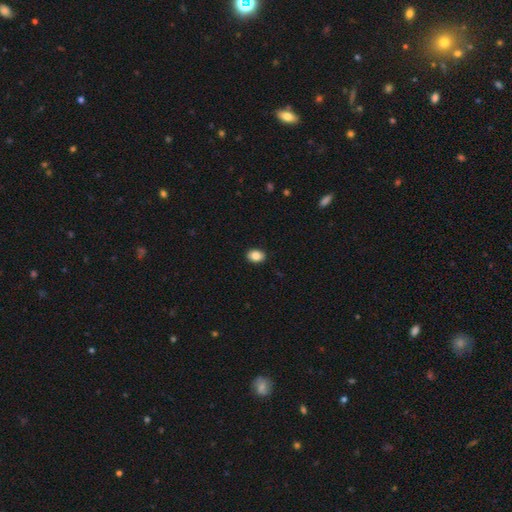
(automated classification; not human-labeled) smooth_or_featured: smooth (p=0.86) [alt: star or artifact p=0.08]
how_rounded: in between (p=0.72) [alt: round p=0.27]
merging: none (p=0.91) [alt: minor disturbance p=0.07]